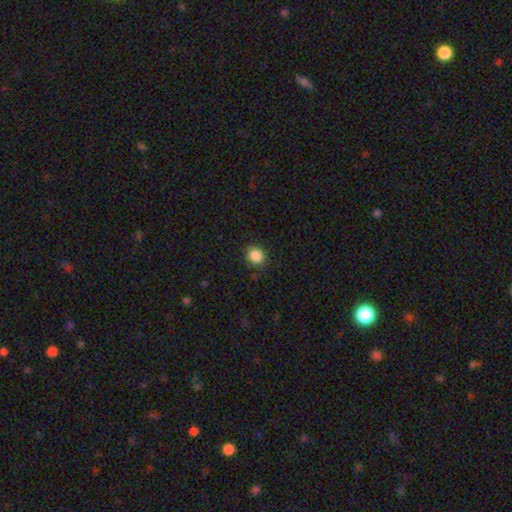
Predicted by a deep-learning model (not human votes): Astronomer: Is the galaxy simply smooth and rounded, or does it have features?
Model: smooth — 87%.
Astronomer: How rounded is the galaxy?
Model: round — 75%.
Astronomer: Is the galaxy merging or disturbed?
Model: none — 86%.